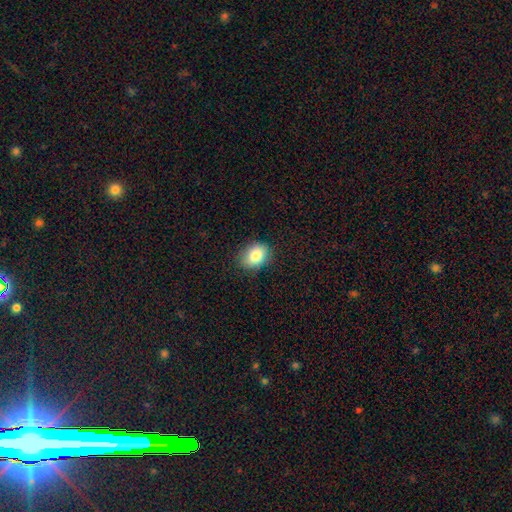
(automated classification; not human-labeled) The model was most divided on "how rounded": in between: 66%, round: 33%, cigar-shaped: 1%. More confident: smooth or featured — smooth (84%); merging — none (83%).